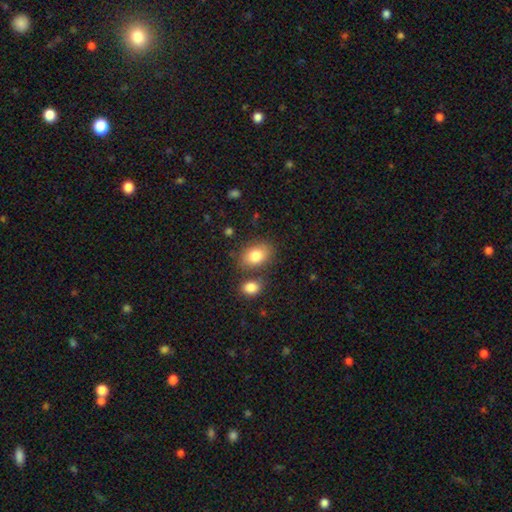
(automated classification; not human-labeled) Morphology: type=smooth (81%); roundness=in between (79%); merging=none (70%).